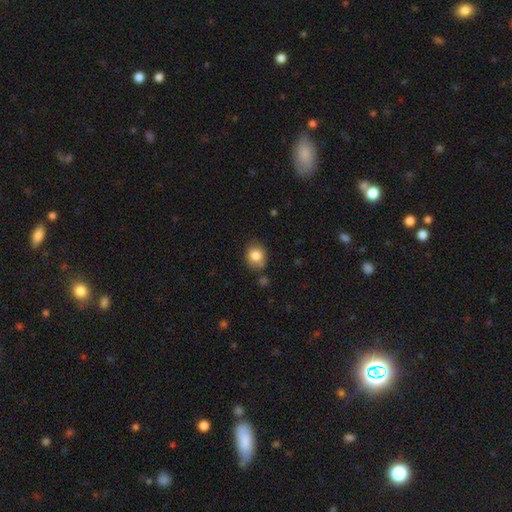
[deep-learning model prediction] smooth_or_featured: smooth (p=0.84) [alt: star or artifact p=0.09]
how_rounded: round (p=0.68) [alt: in between p=0.31]
merging: none (p=0.75) [alt: minor disturbance p=0.16]